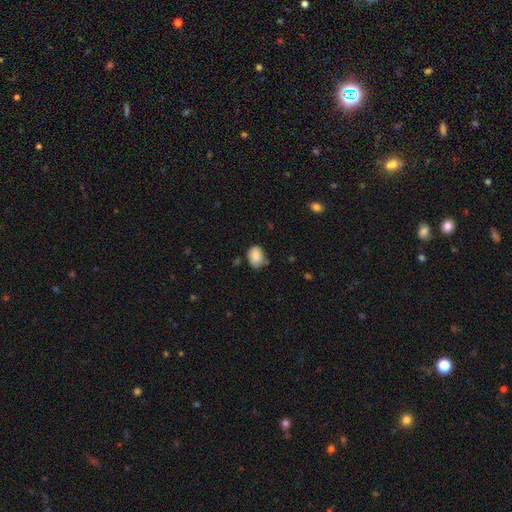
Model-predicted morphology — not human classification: Smooth or featured? smooth (81%)
How rounded? in between (66%)
Merging? none (61%)